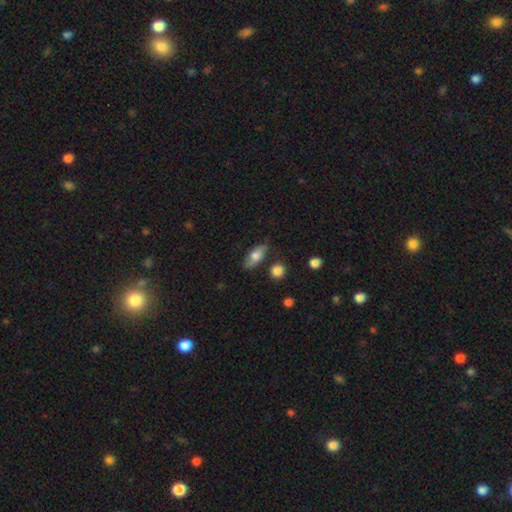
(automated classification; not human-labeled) Smooth or featured?
  - smooth: 68% *
  - featured or disk: 25%
  - star or artifact: 7%
How rounded?
  - in between: 77% *
  - cigar-shaped: 18%
  - round: 5%
Merging?
  - none: 74% *
  - minor disturbance: 17%
  - merger: 4%
  - major disturbance: 4%